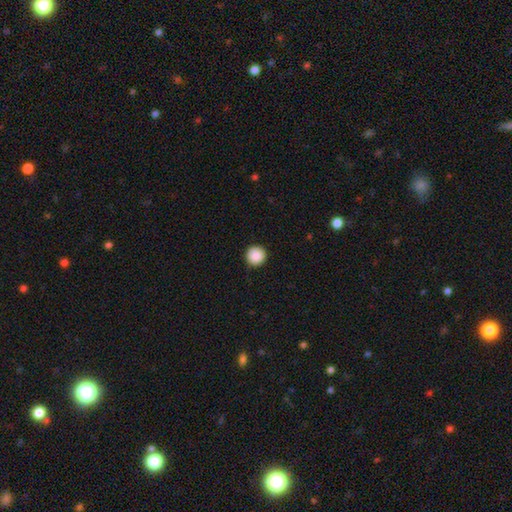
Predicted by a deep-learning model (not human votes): Morphology: type=smooth (89%); roundness=round (96%); merging=none (92%).